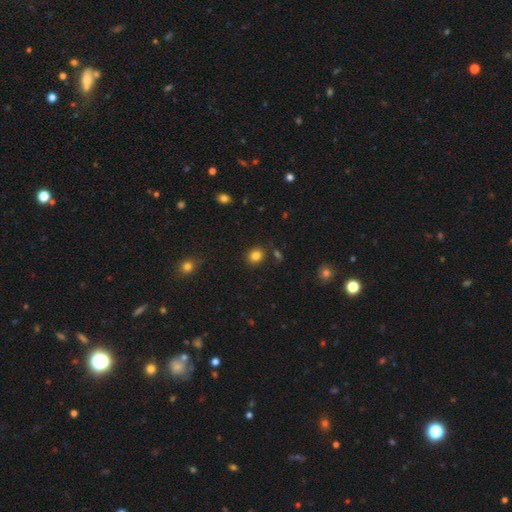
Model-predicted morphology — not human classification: smooth_or_featured: smooth (p=0.83) [alt: star or artifact p=0.12]
how_rounded: round (p=0.77) [alt: in between p=0.22]
merging: none (p=0.85) [alt: minor disturbance p=0.08]